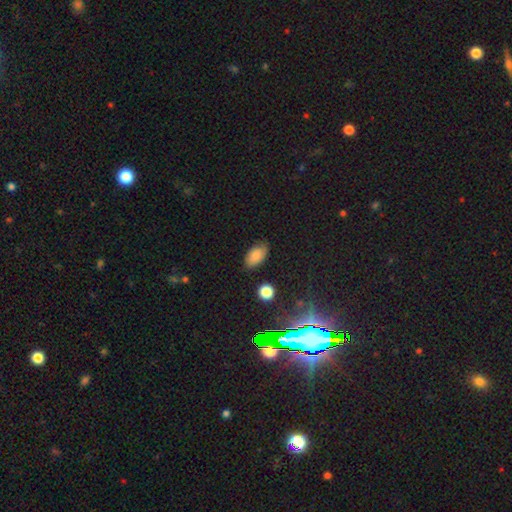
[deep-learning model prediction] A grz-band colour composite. It shows a smooth galaxy with no disk features (80%) that is in between round and cigar-shaped (93%). Merging: none (76%).